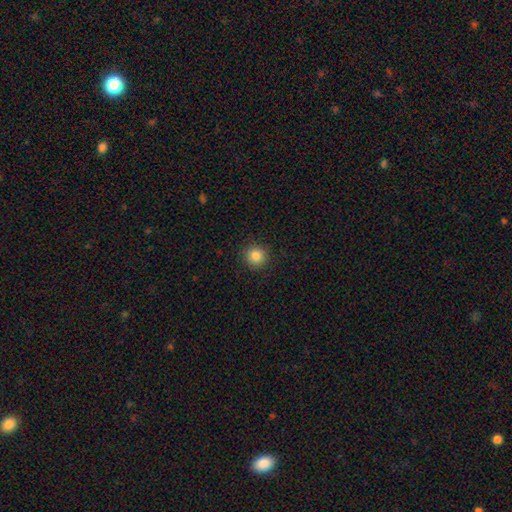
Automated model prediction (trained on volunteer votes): The model was most divided on "smooth or featured": smooth: 85%, star or artifact: 11%, featured or disk: 4%. More confident: how rounded — round (94%); merging — none (91%).